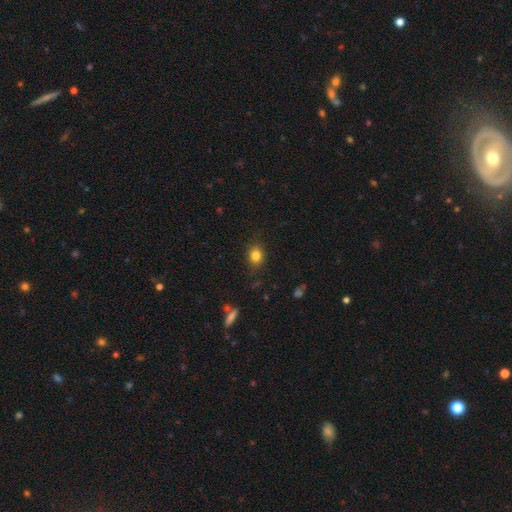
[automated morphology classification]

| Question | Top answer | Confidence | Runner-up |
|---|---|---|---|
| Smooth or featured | smooth | 82% | star or artifact (11%) |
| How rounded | in between | 50% | round (49%) |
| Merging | none | 83% | minor disturbance (13%) |